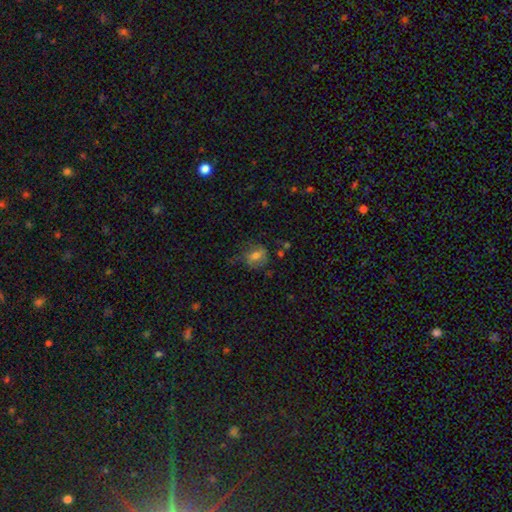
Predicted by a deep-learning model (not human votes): Overall: smooth (59%; featured or disk 30%). How rounded: in between (55%; round 42%). Merging: none (49%; minor disturbance 27%).